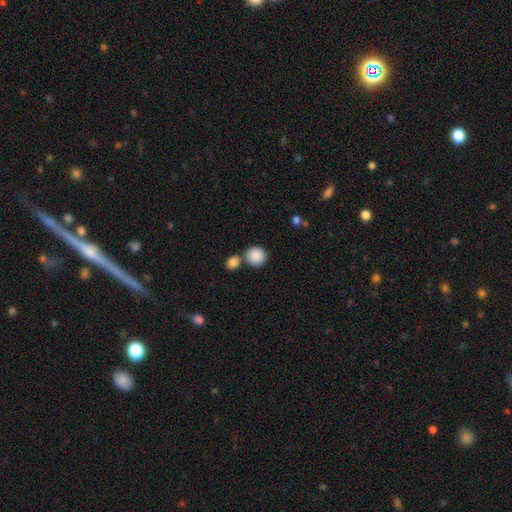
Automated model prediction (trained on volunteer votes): Overall: smooth (89%). How rounded: round (90%). Merging: none (65%).